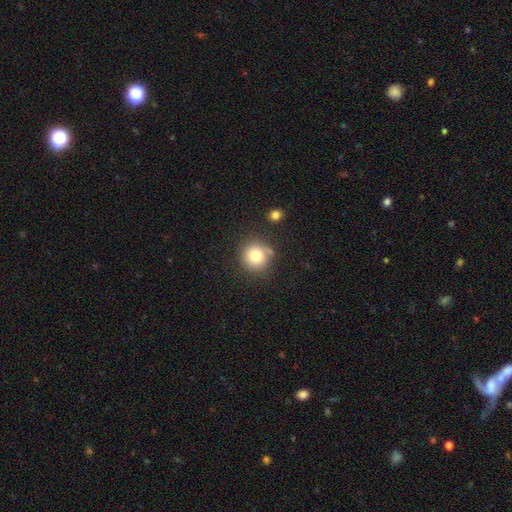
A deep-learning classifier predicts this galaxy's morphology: smooth-or-featured: smooth: 78% | star or artifact: 12% | featured or disk: 10%
  how-rounded: round: 92% | in between: 8% | cigar-shaped: 1%
  merging: none: 76% | minor disturbance: 13% | merger: 7% | major disturbance: 4%